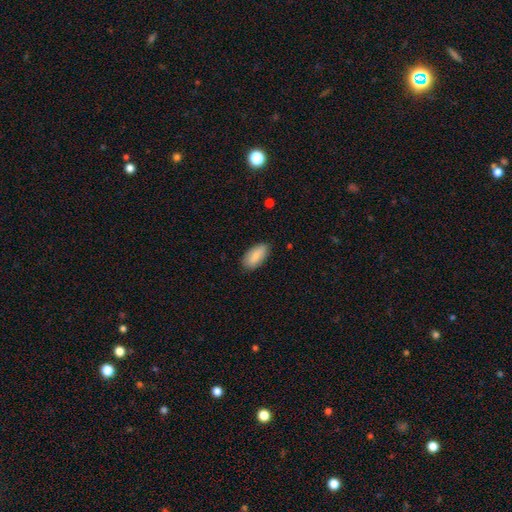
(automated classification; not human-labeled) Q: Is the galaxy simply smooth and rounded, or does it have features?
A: smooth — 85%.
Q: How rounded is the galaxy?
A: in between — 90%.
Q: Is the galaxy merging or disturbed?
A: none — 81%.